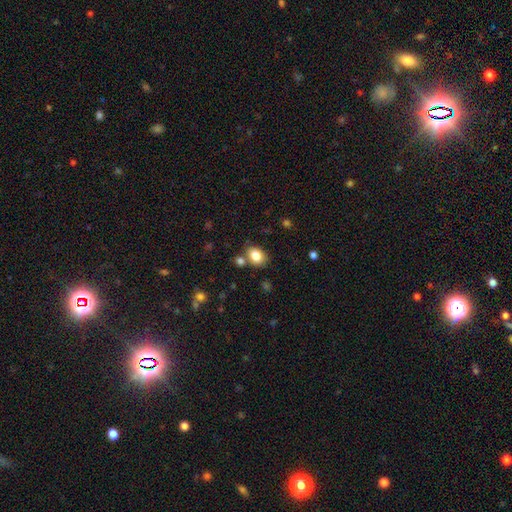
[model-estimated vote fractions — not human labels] Overall: smooth (83%). How rounded: in between (67%; round 32%). Merging: none (71%).